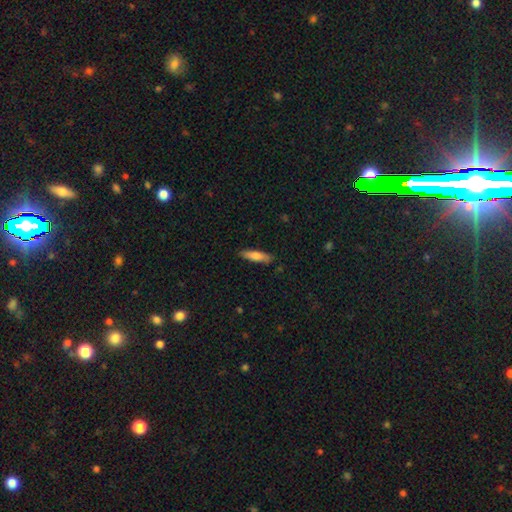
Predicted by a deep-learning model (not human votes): Overall: smooth (74%). How rounded: cigar-shaped (76%). Merging: none (86%).